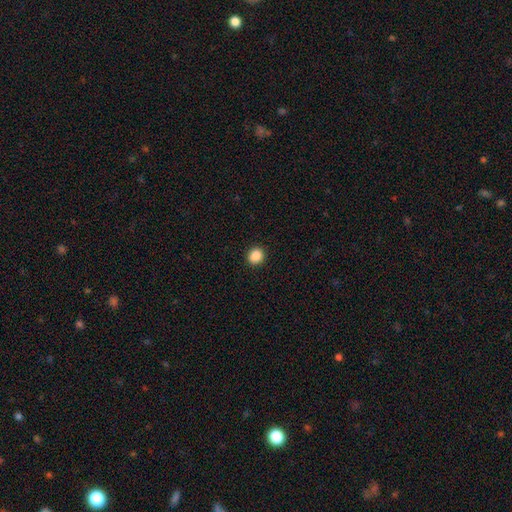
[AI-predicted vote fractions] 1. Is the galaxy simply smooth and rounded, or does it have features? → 88% smooth, 10% star or artifact, 3% featured or disk.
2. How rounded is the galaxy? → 83% round, 16% in between, 1% cigar-shaped.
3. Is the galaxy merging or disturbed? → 92% none, 5% minor disturbance, 2% major disturbance, 1% merger.